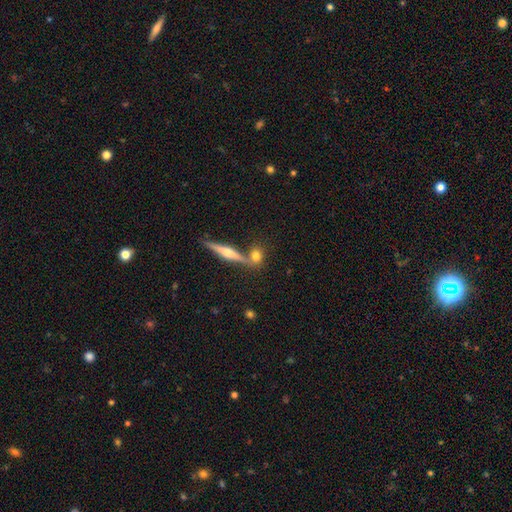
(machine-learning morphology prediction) Smooth or featured? Predicted: smooth (p=0.67). How rounded? Predicted: round (p=0.58). Merging? Predicted: none (p=0.62).